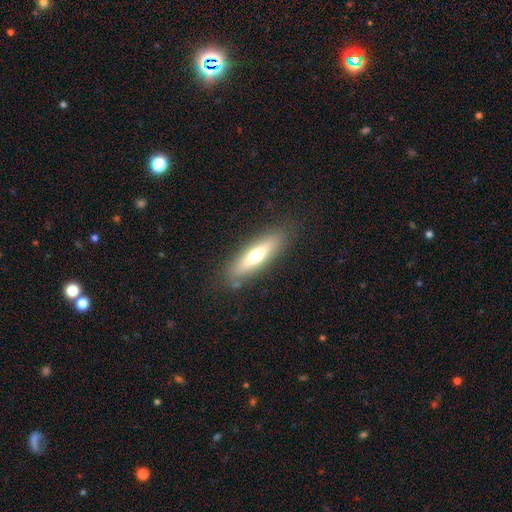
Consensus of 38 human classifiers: A smooth galaxy with no disk features (55%) that is in between round and cigar-shaped (48%, tied with cigar-shaped).

Vote fractions:
- Smooth or featured? smooth: 55% / featured or disk: 39% / star or artifact: 5%
- How rounded? in between: 48% (tied) / cigar-shaped: 48% (tied) / round: 5%
- Merging? none: 92% / minor disturbance: 8% / major disturbance: 0% / merger: 0%